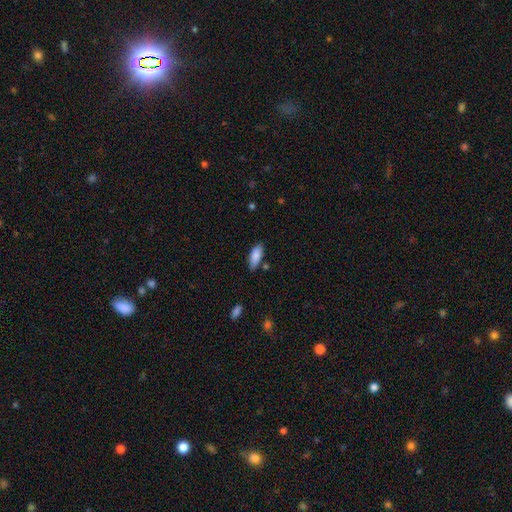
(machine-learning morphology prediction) A smooth galaxy with no disk features (87%) that is in between round and cigar-shaped (79%). Merging: none (75%).